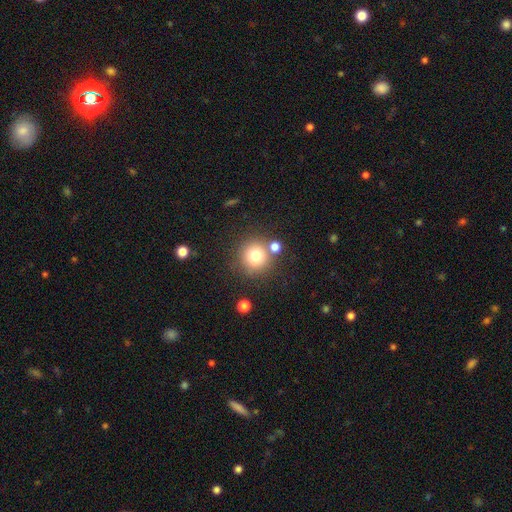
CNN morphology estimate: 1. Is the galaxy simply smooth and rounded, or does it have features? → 77% smooth, 13% star or artifact, 10% featured or disk.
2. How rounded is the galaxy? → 93% round, 6% in between, 1% cigar-shaped.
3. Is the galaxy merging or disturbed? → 74% none, 14% merger, 9% minor disturbance, 3% major disturbance.